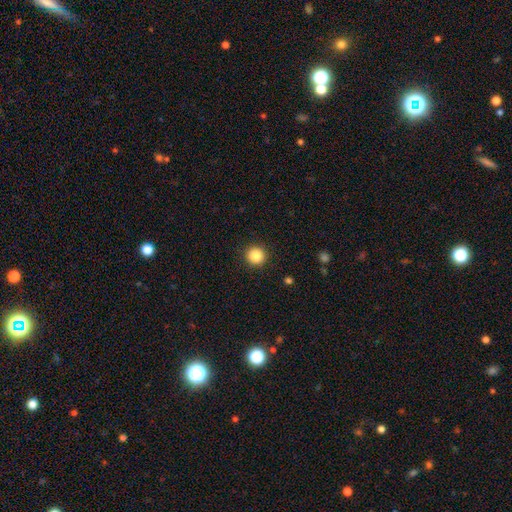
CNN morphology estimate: This appears to be a smooth galaxy with no disk features (86%) that is round (95%). Merging: none (92%).